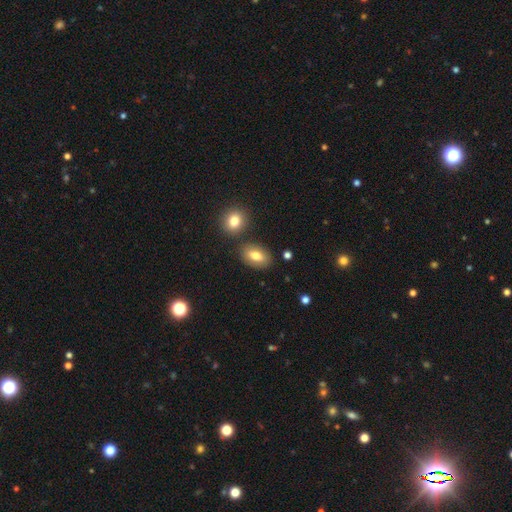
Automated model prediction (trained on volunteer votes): A smooth galaxy with no disk features (77%) that is in between round and cigar-shaped (89%).

Vote fractions:
- Smooth or featured? smooth: 77% / featured or disk: 15% / star or artifact: 8%
- How rounded? in between: 89% / round: 9% / cigar-shaped: 2%
- Merging? none: 78% / minor disturbance: 10% / merger: 8% / major disturbance: 3%